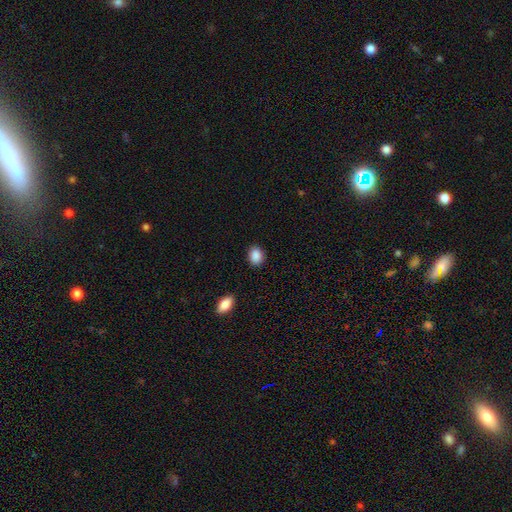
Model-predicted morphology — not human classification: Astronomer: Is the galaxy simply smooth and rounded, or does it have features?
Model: smooth — 89%.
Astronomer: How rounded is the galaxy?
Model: in between — 59% (runner-up: round, 40%).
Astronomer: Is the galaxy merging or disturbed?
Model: none — 88%.